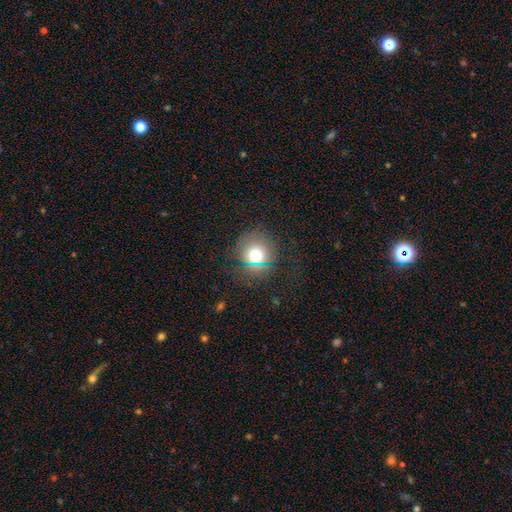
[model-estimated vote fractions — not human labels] The model was most divided on "smooth or featured": smooth: 67%, star or artifact: 20%, featured or disk: 13%. More confident: how rounded — round (91%); merging — none (78%).